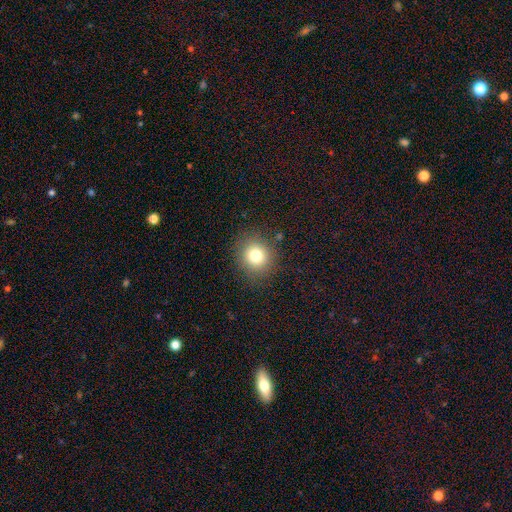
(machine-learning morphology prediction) The model was most divided on "smooth or featured": smooth: 78%, star or artifact: 13%, featured or disk: 9%. More confident: merging — none (87%); how rounded — round (85%).